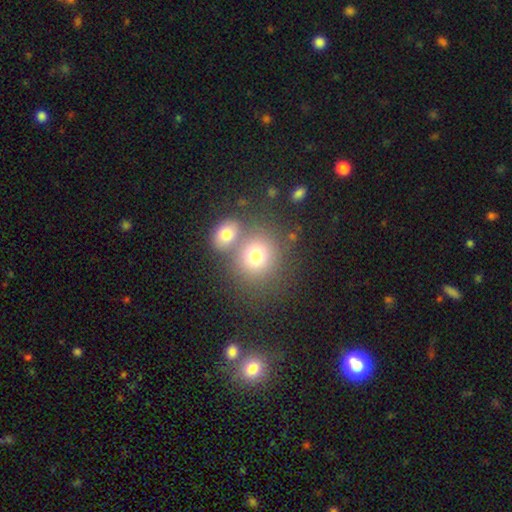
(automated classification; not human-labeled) The model was most divided on "merging": none: 54%, merger: 32%, minor disturbance: 9%, major disturbance: 5%. More confident: how rounded — round (80%); smooth or featured — smooth (74%).